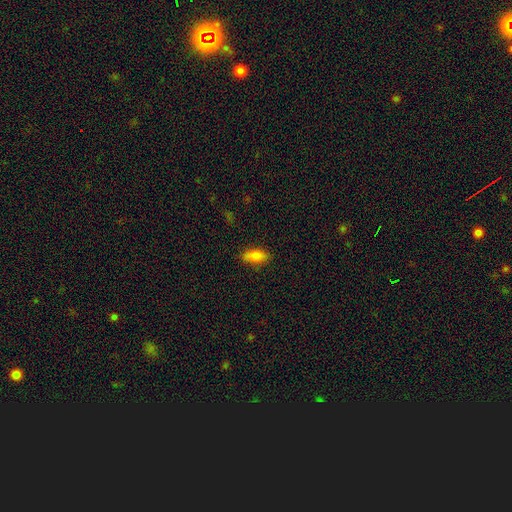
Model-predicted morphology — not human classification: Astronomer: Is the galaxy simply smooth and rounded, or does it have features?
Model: smooth — 82%.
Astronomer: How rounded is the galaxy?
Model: in between — 84%.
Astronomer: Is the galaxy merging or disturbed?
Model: none — 81%.